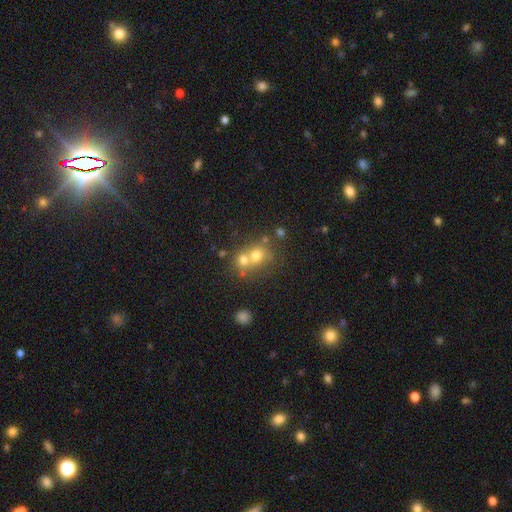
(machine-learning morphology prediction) Smooth or featured? Predicted: smooth (p=0.67). How rounded? Predicted: round (p=0.76). Merging? Predicted: merger (p=0.54).